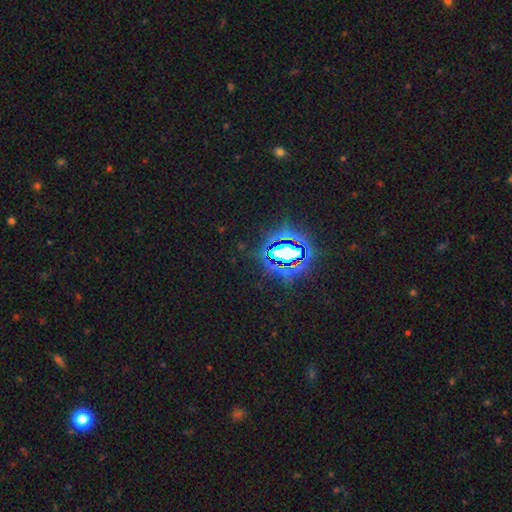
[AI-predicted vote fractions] The model was most divided on "smooth or featured": star or artifact: 85%, smooth: 9%, featured or disk: 6%.